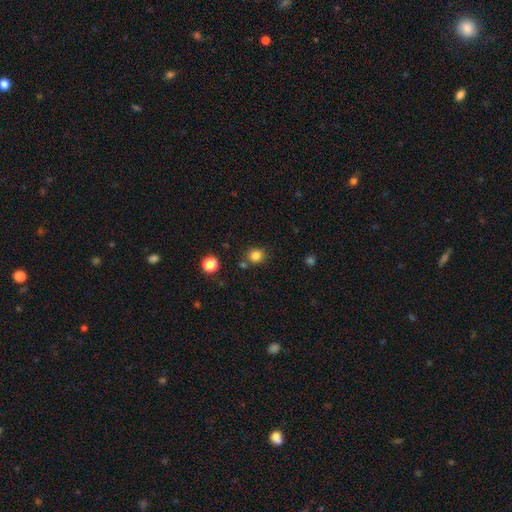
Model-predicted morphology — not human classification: smooth 82%, star or artifact 13%, featured or disk 5%. Down the decision tree: how rounded — round (85%); merging — none (80%).